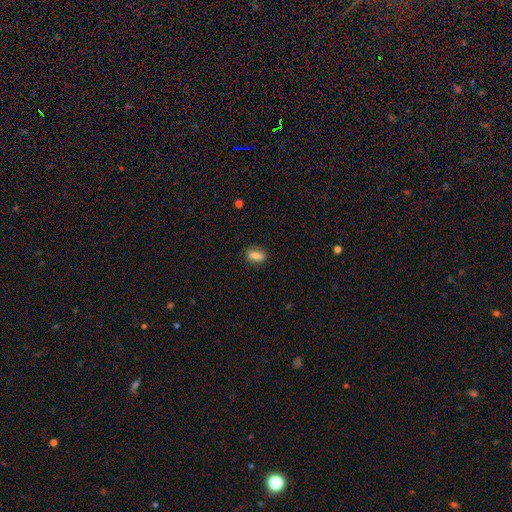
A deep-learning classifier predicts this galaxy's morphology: This is clearly a smooth galaxy (81%). How rounded: likely in between (80%). Merging: clearly none (86%).